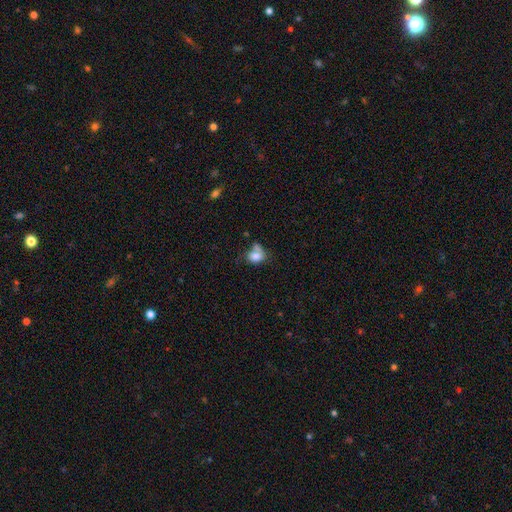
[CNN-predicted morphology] Smooth or featured: smooth — 77% (featured or disk — 14%)
How rounded: in between — 57% (round — 42%)
Merging: none — 34% (merger — 28%)